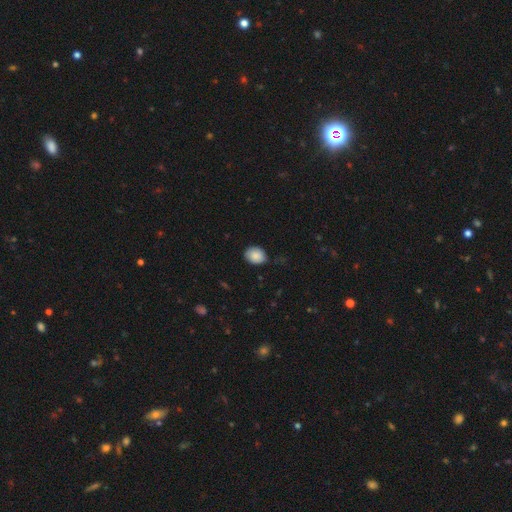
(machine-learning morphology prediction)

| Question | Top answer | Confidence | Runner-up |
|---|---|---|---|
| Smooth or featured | smooth | 87% | star or artifact (8%) |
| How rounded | in between | 57% | round (43%) |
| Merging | none | 75% | minor disturbance (21%) |